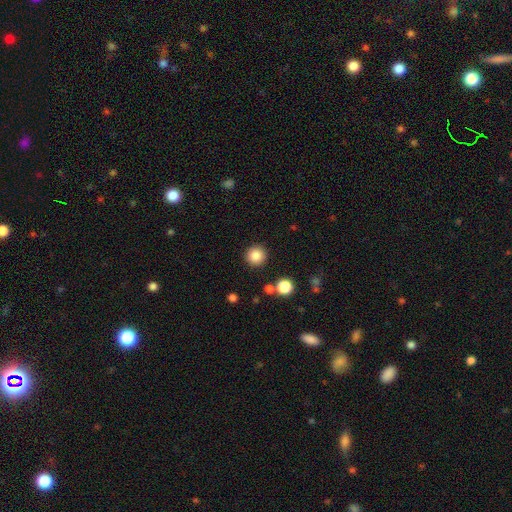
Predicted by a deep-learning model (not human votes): Overall: smooth (85%). How rounded: round (95%). Merging: none (90%).